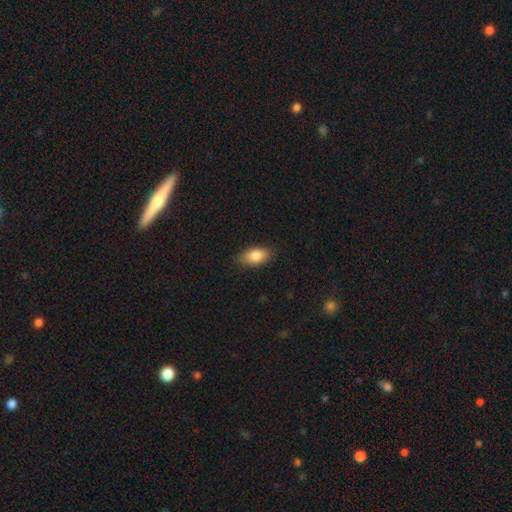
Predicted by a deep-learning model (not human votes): smooth 86%, featured or disk 7%, star or artifact 7%. Down the decision tree: how rounded — in between (91%); merging — none (84%).